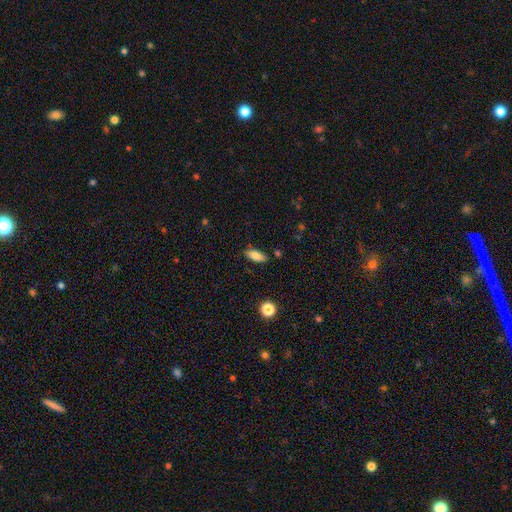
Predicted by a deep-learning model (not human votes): Q: Smooth or featured?
A: smooth (82%); runner-up: featured or disk (10%)
Q: How rounded?
A: in between (79%); runner-up: cigar-shaped (18%)
Q: Merging?
A: none (84%); runner-up: minor disturbance (11%)